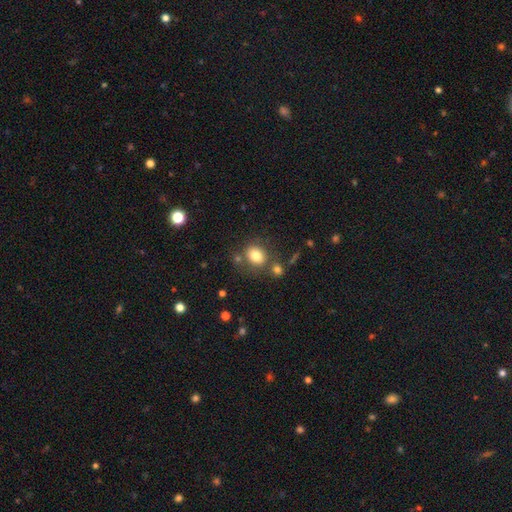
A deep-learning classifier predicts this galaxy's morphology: Smooth or featured? Predicted: smooth (p=0.79). How rounded? Predicted: round (p=0.63). Merging? Predicted: none (p=0.70).